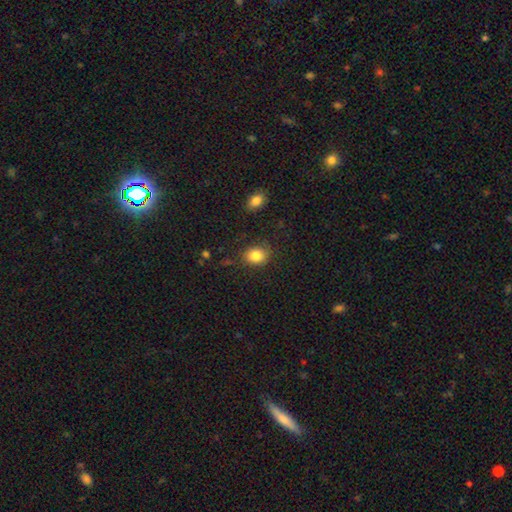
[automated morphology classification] type=smooth (84%); roundness=round (54%); merging=none (79%).